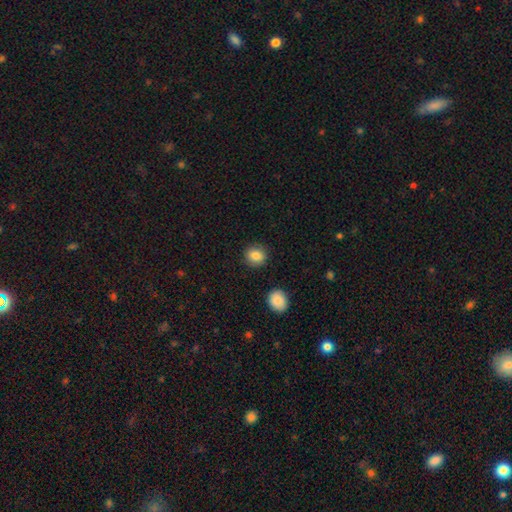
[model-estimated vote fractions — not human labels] This is clearly a smooth galaxy (86%). How rounded: clearly round (83%). Merging: clearly none (89%).